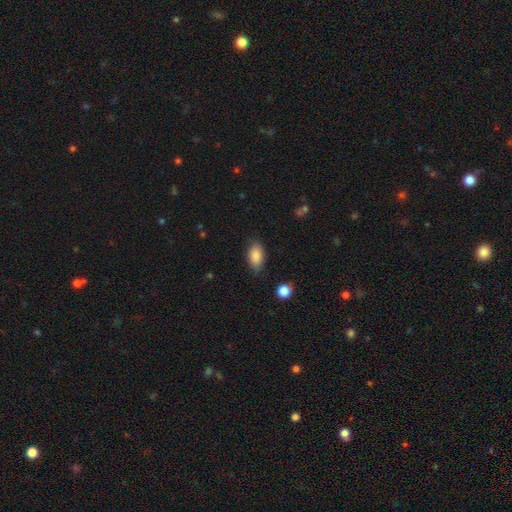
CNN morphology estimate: smooth-or-featured: smooth: 85% | featured or disk: 8% | star or artifact: 7%
  how-rounded: in between: 90% | cigar-shaped: 5% | round: 5%
  merging: none: 79% | minor disturbance: 17% | major disturbance: 3% | merger: 2%